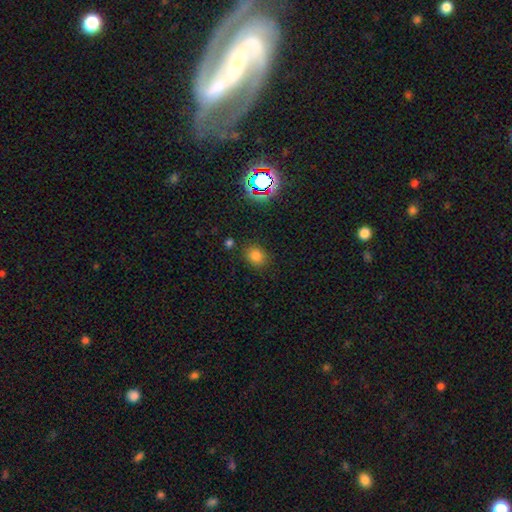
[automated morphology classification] type=smooth (77%); roundness=round (67%); merging=none (84%).